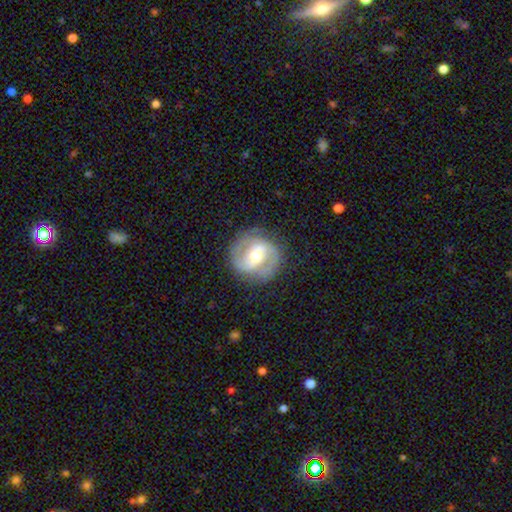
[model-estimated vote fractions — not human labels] This appears to be a featured or disk galaxy (78%) with a weak bar (44%), 2 (85%) medium (47%) spiral arms (87%) and a moderate central bulge (69%). Merging: none (80%).